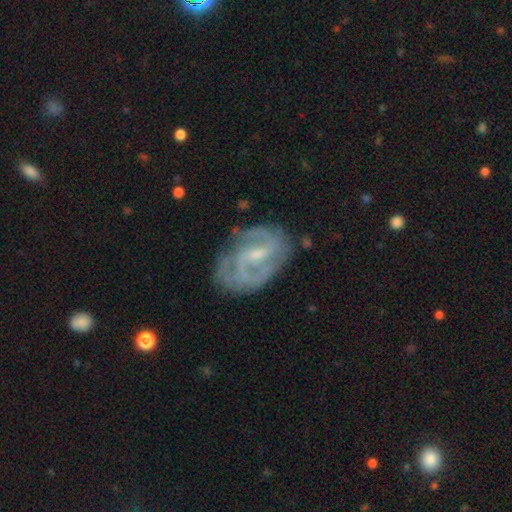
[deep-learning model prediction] smooth_or_featured: featured or disk (p=0.84) [alt: smooth p=0.10]
disk_edge_on: no (p=0.97) [alt: yes p=0.03]
bar: weak (p=0.57) [alt: no p=0.23]
has_spiral_arms: yes (p=0.92) [alt: no p=0.08]
spiral_winding: medium (p=0.48) [alt: tight p=0.32]
spiral_arm_count: 2 (p=0.65) [alt: can't tell p=0.16]
bulge_size: small (p=0.59) [alt: moderate p=0.30]
merging: none (p=0.64) [alt: minor disturbance p=0.22]